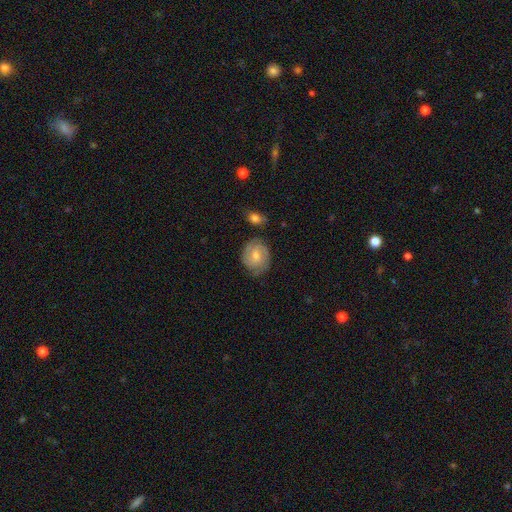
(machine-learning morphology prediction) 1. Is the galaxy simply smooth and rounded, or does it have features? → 47% smooth, 46% featured or disk, 7% star or artifact.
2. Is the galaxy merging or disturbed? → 70% none, 21% minor disturbance, 6% major disturbance, 4% merger.